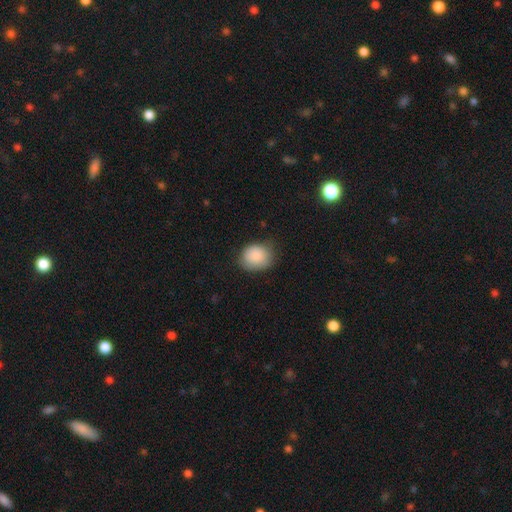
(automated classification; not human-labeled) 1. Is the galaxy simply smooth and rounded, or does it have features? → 87% smooth, 7% star or artifact, 5% featured or disk.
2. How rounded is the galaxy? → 56% round, 43% in between, 1% cigar-shaped.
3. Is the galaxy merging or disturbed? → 67% none, 26% minor disturbance, 5% major disturbance, 1% merger.